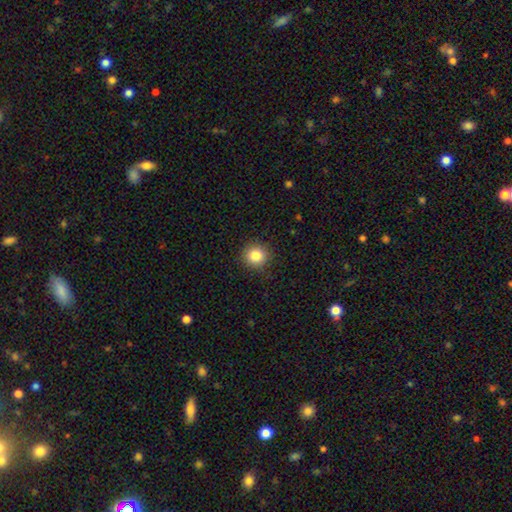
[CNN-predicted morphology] smooth 84%, star or artifact 11%, featured or disk 5%. Down the decision tree: how rounded — round (92%); merging — none (91%).